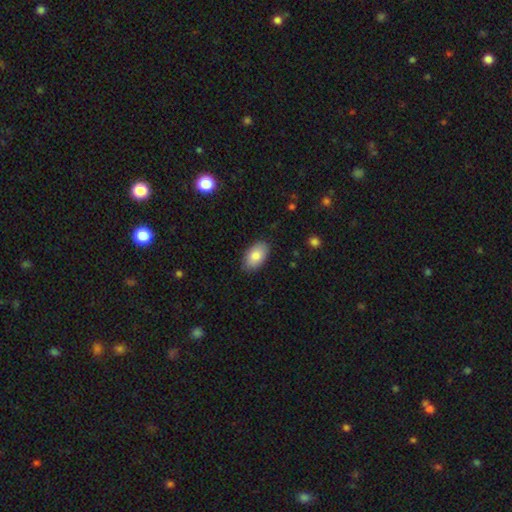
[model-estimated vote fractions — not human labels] Smooth or featured: smooth — 83% (featured or disk — 10%)
How rounded: in between — 94% (round — 4%)
Merging: none — 85% (minor disturbance — 11%)